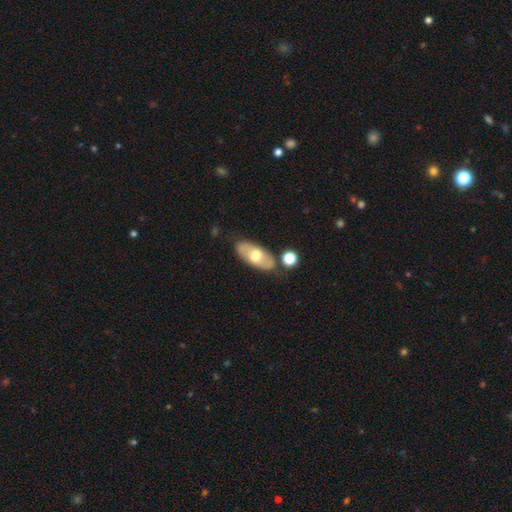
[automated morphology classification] A smooth galaxy with no disk features (56%) that is in between round and cigar-shaped (88%).

Vote fractions:
- Smooth or featured? smooth: 56% / featured or disk: 38% / star or artifact: 6%
- How rounded? in between: 88% / cigar-shaped: 8% / round: 4%
- Merging? none: 74% / minor disturbance: 14% / merger: 8% / major disturbance: 4%